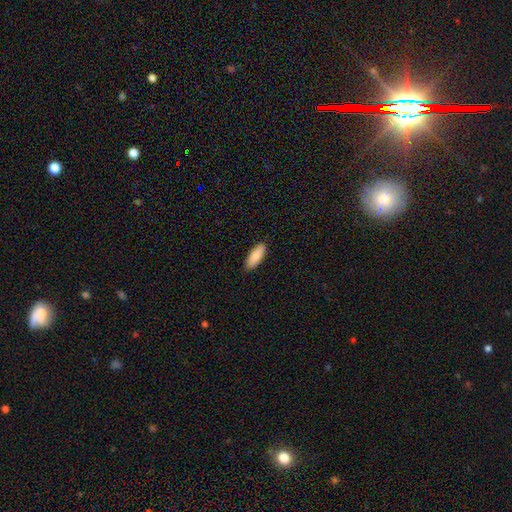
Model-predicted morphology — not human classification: Overall: smooth (89%). How rounded: in between (69%; cigar-shaped 29%). Merging: none (89%).